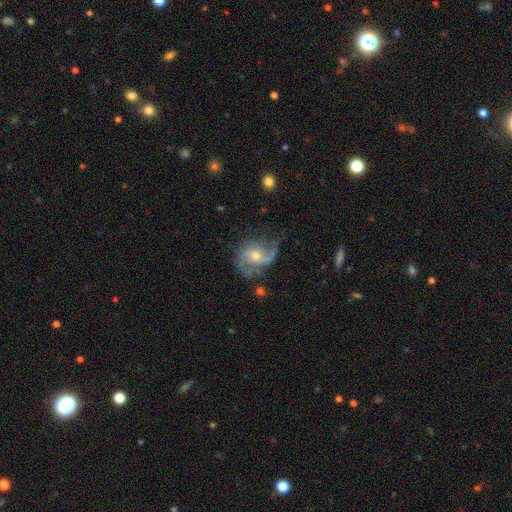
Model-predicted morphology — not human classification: A featured or disk galaxy (80%) with no bar (57%), 2 (62%) loose (47%) spiral arms (92%) and a moderate central bulge (52%). Merging: none (50%).